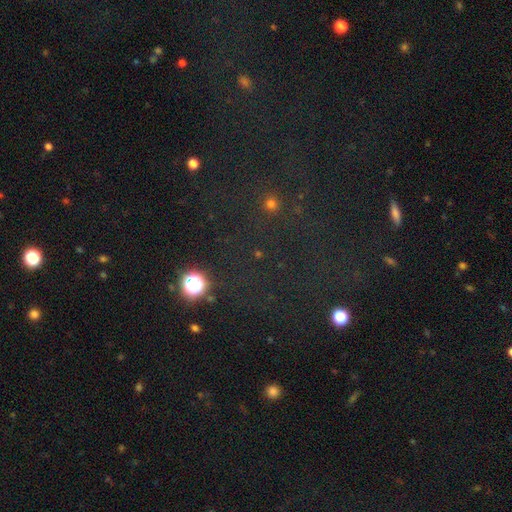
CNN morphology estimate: This appears to be a star or artifact, not a galaxy (68%).